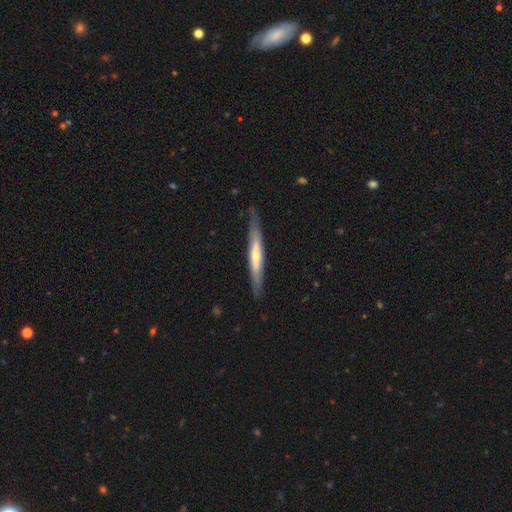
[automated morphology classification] Overall: featured or disk (55%; smooth 40%). Edge-on disk: yes (88%). Merging: none (83%).